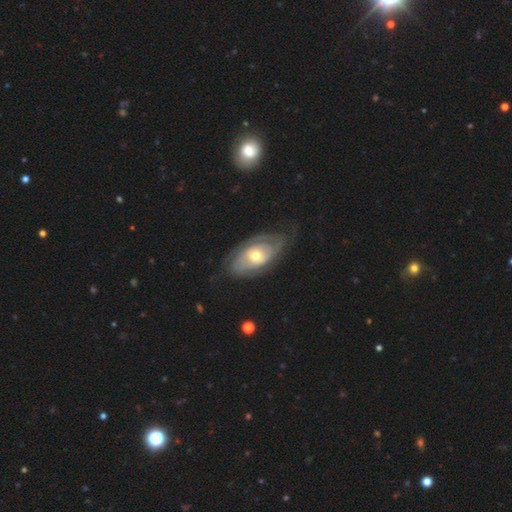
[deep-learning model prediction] This appears to be a featured or disk galaxy (71%) with no bar (75%), spiral arms (74%) and a moderate central bulge (67%). Merging: none (65%).